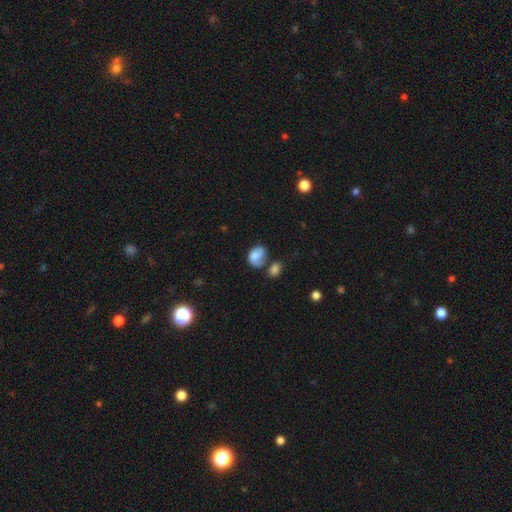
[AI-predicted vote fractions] Smooth or featured? Predicted: smooth (p=0.72). How rounded? Predicted: in between (p=0.71). Merging? Predicted: none (p=0.31).